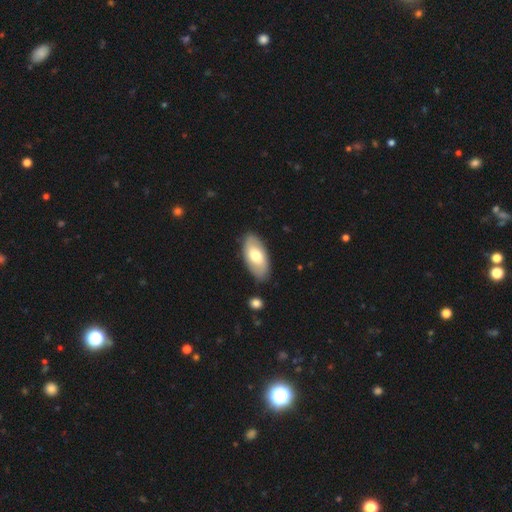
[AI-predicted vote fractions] Smooth or featured? smooth (63%)
How rounded? in between (94%)
Merging? none (83%)